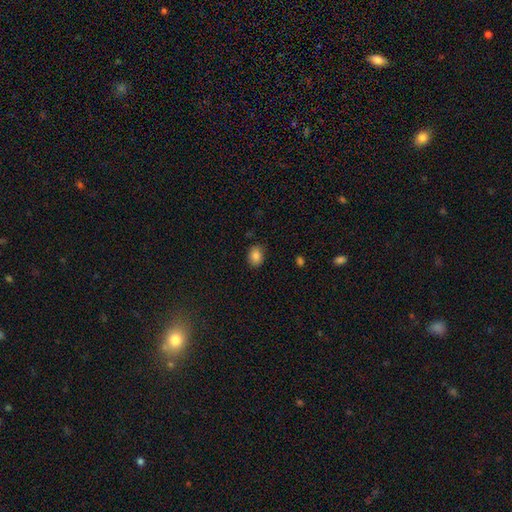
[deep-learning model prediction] smooth-or-featured: smooth: 85% | star or artifact: 10% | featured or disk: 5%
  how-rounded: in between: 56% | round: 43% | cigar-shaped: 1%
  merging: none: 84% | minor disturbance: 12% | major disturbance: 3% | merger: 1%